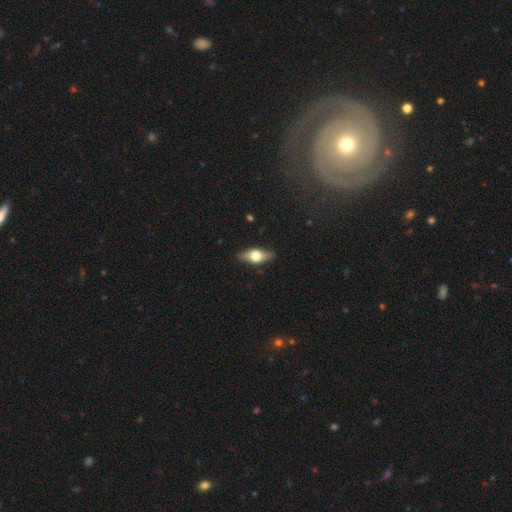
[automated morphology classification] This is possibly a featured or disk galaxy (48%). Merging: clearly none (87%).